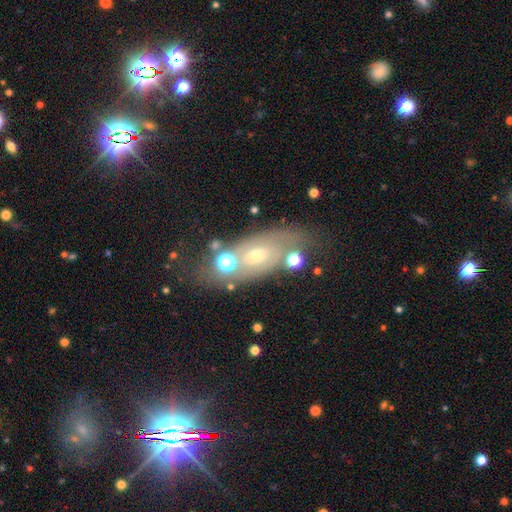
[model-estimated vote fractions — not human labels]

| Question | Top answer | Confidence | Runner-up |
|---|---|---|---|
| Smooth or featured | featured or disk | 59% | smooth (27%) |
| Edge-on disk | no | 86% | yes (14%) |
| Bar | no | 74% | weak (20%) |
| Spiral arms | yes | 58% | no (42%) |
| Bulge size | moderate | 56% | small (35%) |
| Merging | none | 57% | minor disturbance (17%) |